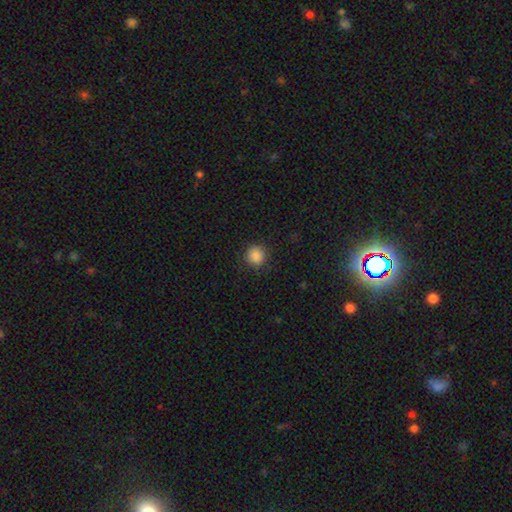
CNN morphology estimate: Smooth or featured? Predicted: smooth (p=0.87). How rounded? Predicted: round (p=0.91). Merging? Predicted: none (p=0.88).